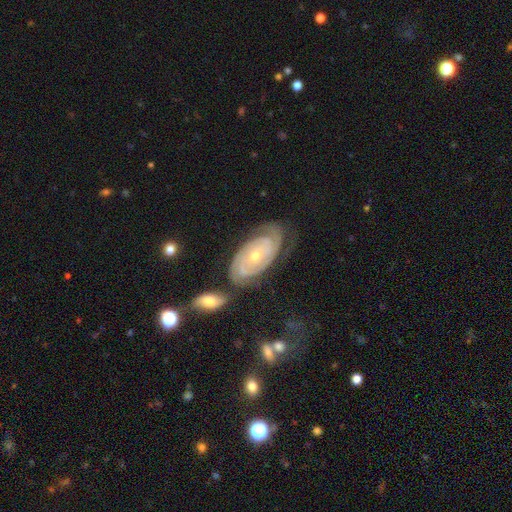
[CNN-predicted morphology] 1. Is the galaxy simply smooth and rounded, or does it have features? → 87% featured or disk, 8% smooth, 6% star or artifact.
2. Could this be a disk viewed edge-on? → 95% no, 5% yes.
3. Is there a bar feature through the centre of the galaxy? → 78% no, 16% weak, 6% strong.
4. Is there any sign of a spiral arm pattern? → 96% yes, 4% no.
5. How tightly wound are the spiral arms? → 83% tight, 14% medium, 3% loose.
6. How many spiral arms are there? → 43% 2, 26% can't tell, 16% 3, 6% 4, 5% 1, 4% more than 4.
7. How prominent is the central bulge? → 54% small, 43% moderate, 1% large, 1% none, 1% dominant.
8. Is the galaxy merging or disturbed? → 68% none, 18% minor disturbance, 8% major disturbance, 6% merger.